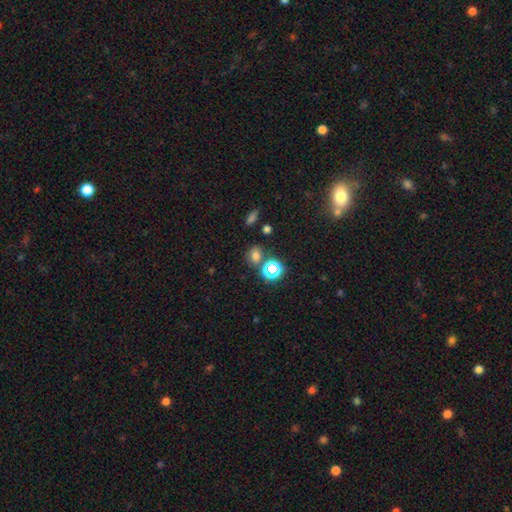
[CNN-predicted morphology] This is likely a smooth galaxy (62%). How rounded: possibly in between (49%, tied with round). Merging: likely none (72%).